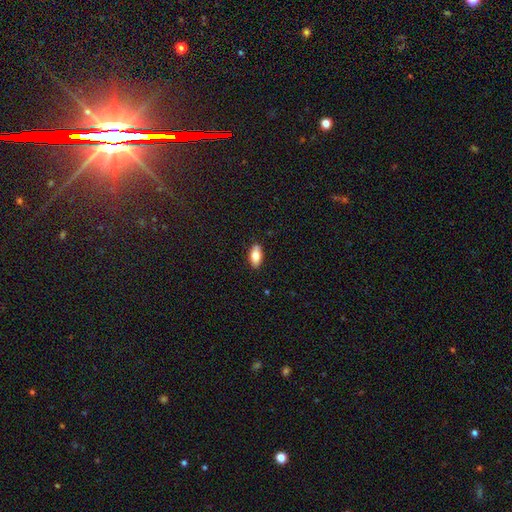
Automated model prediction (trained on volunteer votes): Smooth or featured? Predicted: smooth (p=0.76). How rounded? Predicted: in between (p=0.87). Merging? Predicted: none (p=0.88).